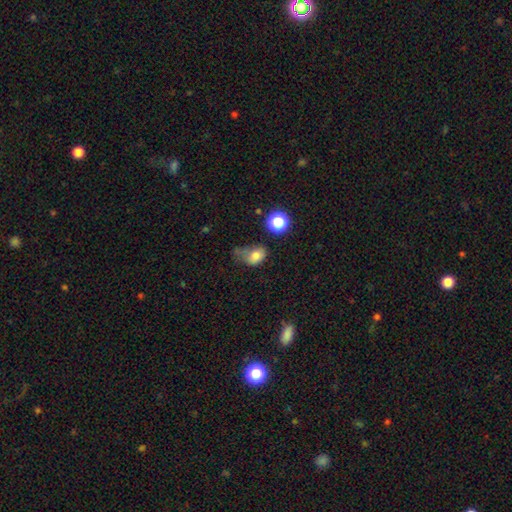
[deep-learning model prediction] smooth 75%, star or artifact 13%, featured or disk 12%. Down the decision tree: how rounded — in between (68%); merging — minor disturbance (34%).